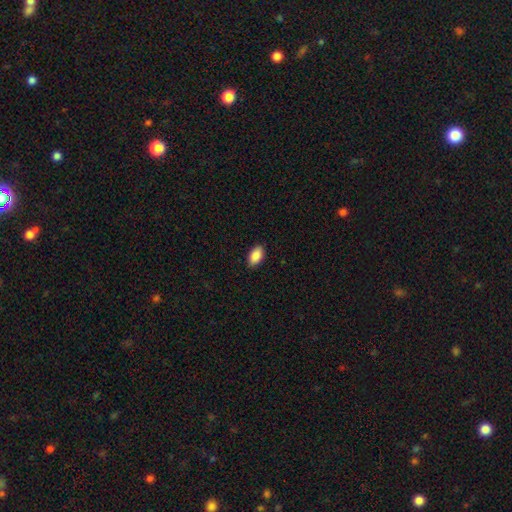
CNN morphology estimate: This is clearly a smooth galaxy (89%). How rounded: clearly in between (93%). Merging: clearly none (88%).